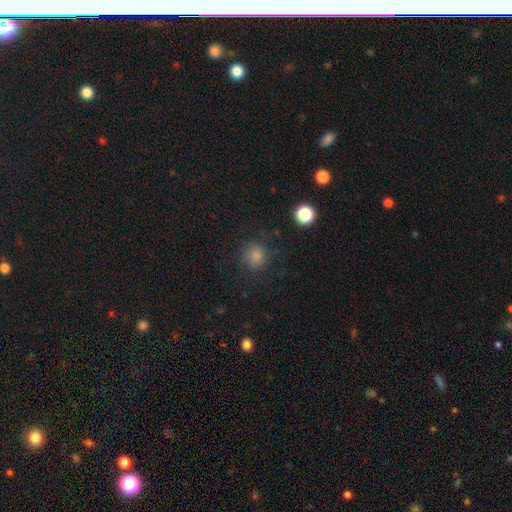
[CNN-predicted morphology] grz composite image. It shows a smooth galaxy with no disk features (77%) that is round (89%). Merging: none (83%).